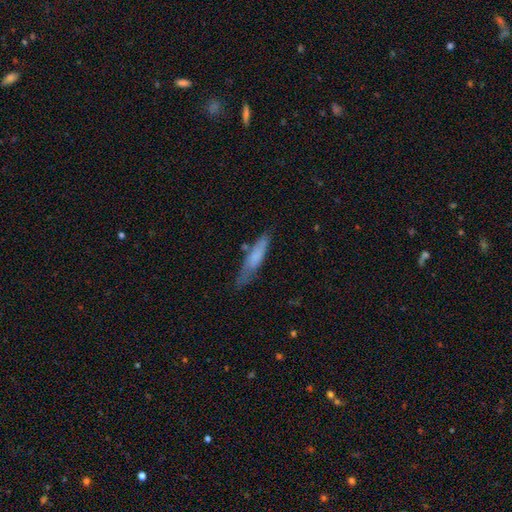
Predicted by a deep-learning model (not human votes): Smooth or featured? smooth (68%)
How rounded? cigar-shaped (82%)
Merging? none (67%)